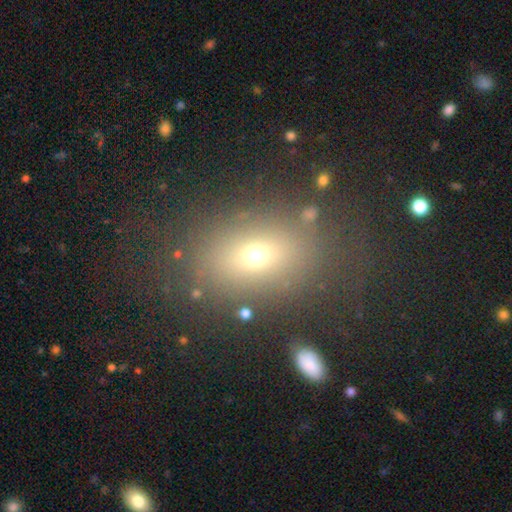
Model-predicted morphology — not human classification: A smooth galaxy with no disk features (65%) that is in between round and cigar-shaped (69%).

Vote fractions:
- Smooth or featured? smooth: 65% / star or artifact: 19% / featured or disk: 17%
- How rounded? in between: 69% / round: 28% / cigar-shaped: 2%
- Merging? none: 77% / minor disturbance: 11% / major disturbance: 8% / merger: 4%